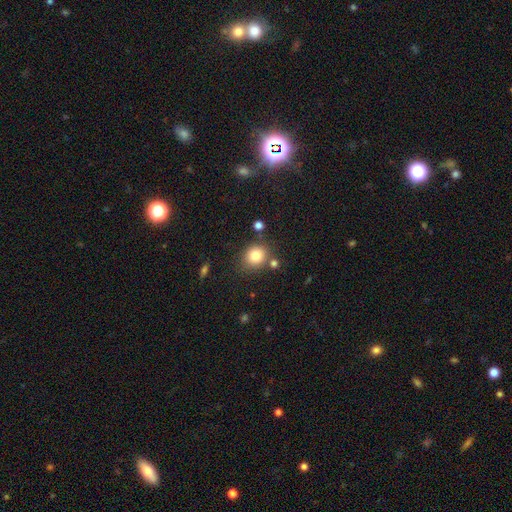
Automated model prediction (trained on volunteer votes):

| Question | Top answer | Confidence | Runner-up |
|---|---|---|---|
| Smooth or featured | smooth | 82% | star or artifact (11%) |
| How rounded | round | 73% | in between (26%) |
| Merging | none | 75% | minor disturbance (12%) |